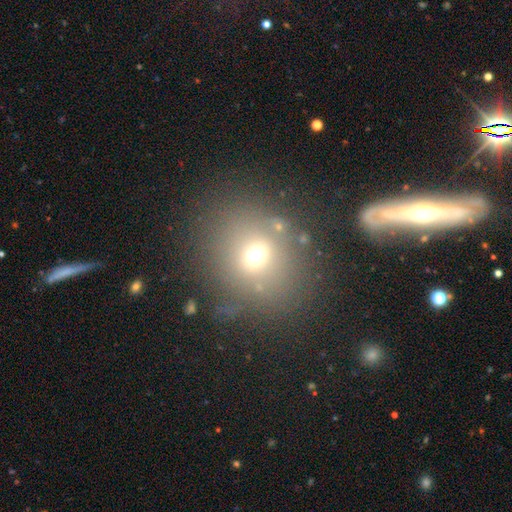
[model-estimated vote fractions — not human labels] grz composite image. It shows a smooth galaxy with no disk features (65%) that is round (76%). Merging: none (74%).